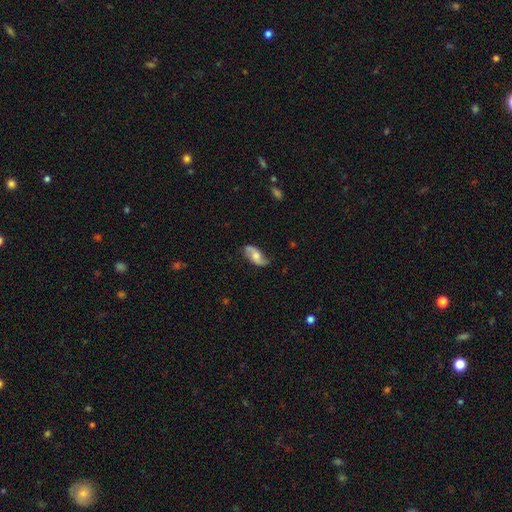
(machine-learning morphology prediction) Q: Smooth or featured?
A: featured or disk (69%); runner-up: smooth (24%)
Q: Edge-on disk?
A: no (93%); runner-up: yes (7%)
Q: Bar?
A: no (61%); runner-up: weak (31%)
Q: Spiral arms?
A: yes (92%); runner-up: no (8%)
Q: Spiral winding?
A: loose (69%); runner-up: medium (24%)
Q: Spiral arm count?
A: 2 (91%); runner-up: can't tell (4%)
Q: Bulge size?
A: moderate (59%); runner-up: small (23%)
Q: Merging?
A: none (76%); runner-up: minor disturbance (18%)